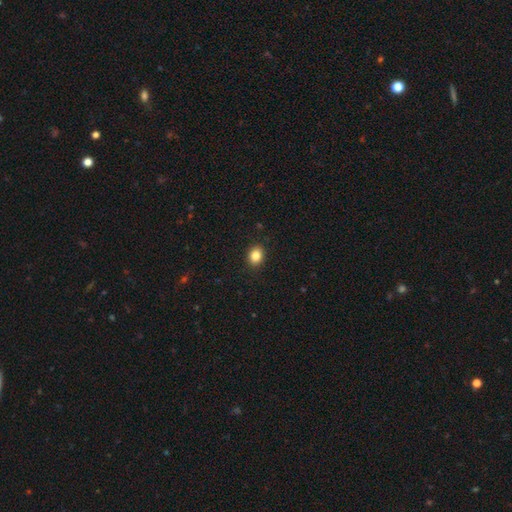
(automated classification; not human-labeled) Morphology: type=smooth (84%); roundness=round (53%); merging=none (91%).